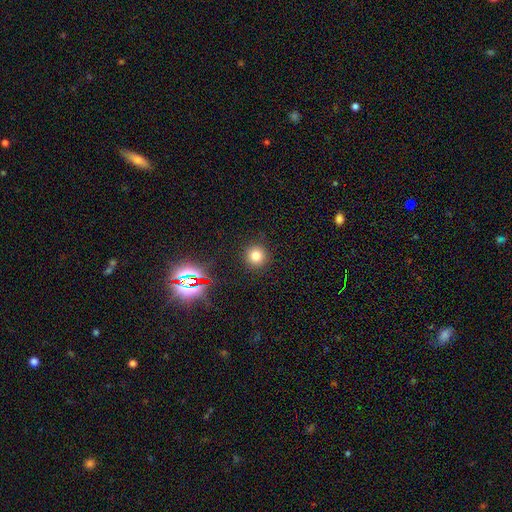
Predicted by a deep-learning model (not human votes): Overall: smooth (75%). How rounded: round (94%). Merging: none (91%).